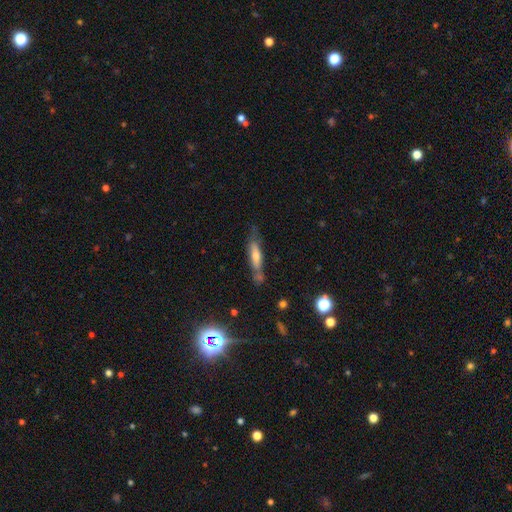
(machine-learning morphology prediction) This is possibly a featured or disk galaxy (47%). Merging: likely none (66%).